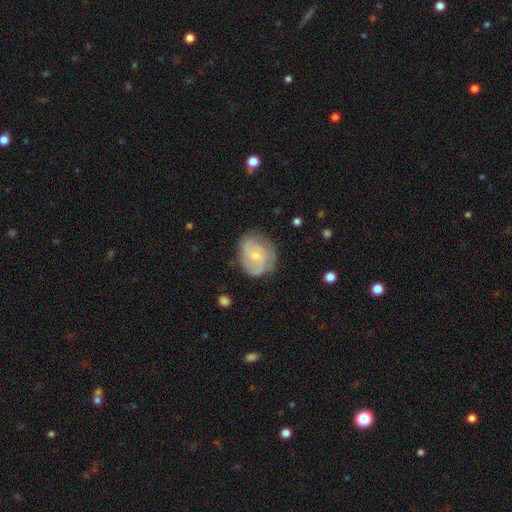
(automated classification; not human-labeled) Overall: featured or disk (62%; smooth 31%). Edge-on disk: no (97%). Bar: no (69%). Spiral arms: yes (82%). Bulge size: small (62%; moderate 33%). Merging: none (68%).